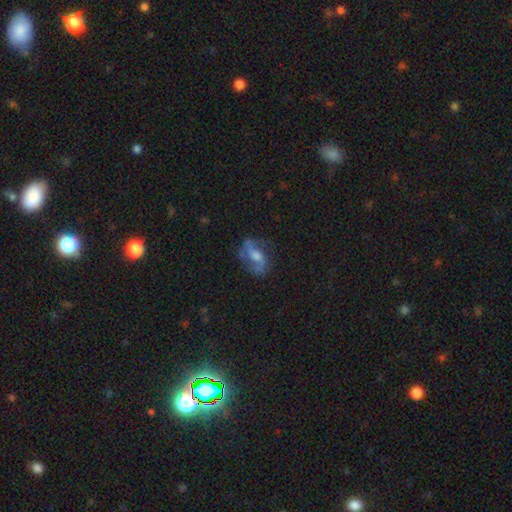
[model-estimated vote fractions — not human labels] Morphology: type=featured or disk (65%); edge-on=no (94%); bar=no (40%, tied with weak); spiral arms=yes (78%); bulge=moderate (52%); merging=none (61%).